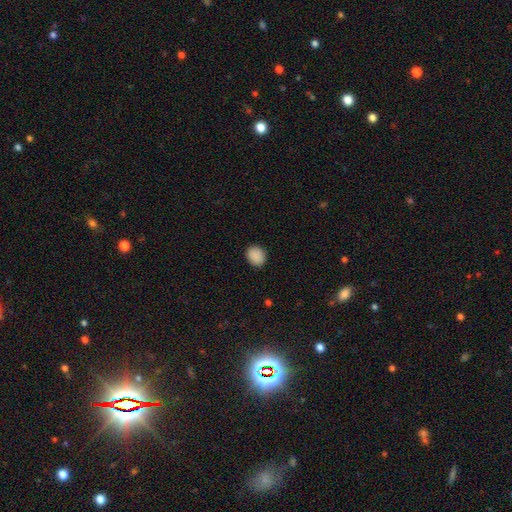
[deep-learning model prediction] Smooth or featured: smooth — 89% (star or artifact — 8%)
How rounded: round — 62% (in between — 37%)
Merging: none — 89% (minor disturbance — 8%)